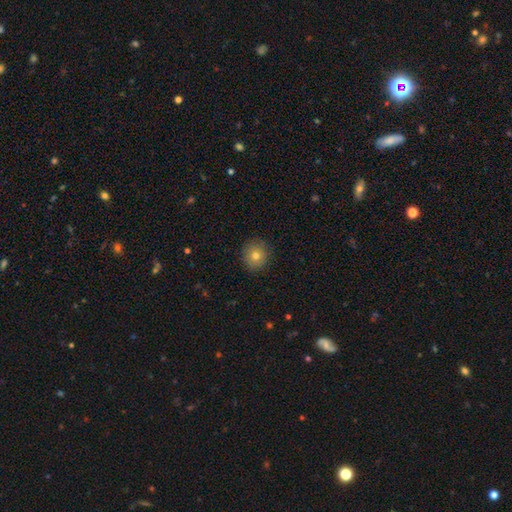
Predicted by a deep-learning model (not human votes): Smooth or featured: smooth — 78% (star or artifact — 12%)
How rounded: round — 90% (in between — 9%)
Merging: none — 89% (minor disturbance — 8%)